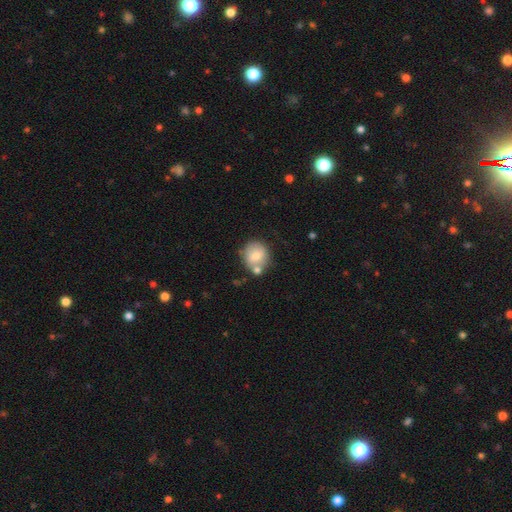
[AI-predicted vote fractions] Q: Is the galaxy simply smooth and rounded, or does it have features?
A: smooth — 75%.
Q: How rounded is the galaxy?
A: round — 81%.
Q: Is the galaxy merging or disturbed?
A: none — 62%.